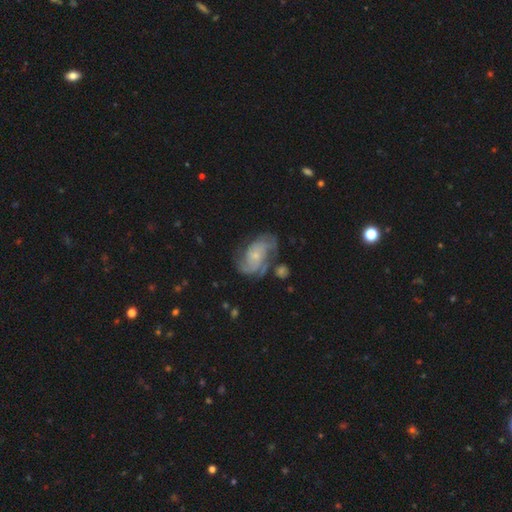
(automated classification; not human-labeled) This appears to be a featured or disk galaxy (80%) with no bar (72%), 2 (45%) medium (44%) spiral arms (94%) and a small central bulge (71%). Merging: none (56%).